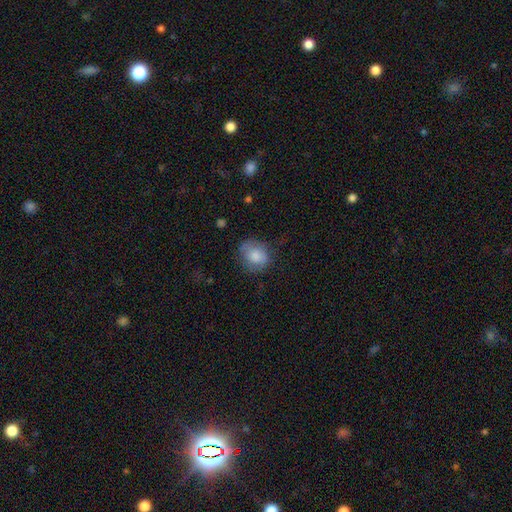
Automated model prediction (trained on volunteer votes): smooth-or-featured: smooth: 79% | featured or disk: 14% | star or artifact: 7%
  how-rounded: round: 55% | in between: 44% | cigar-shaped: 1%
  merging: none: 65% | minor disturbance: 25% | major disturbance: 9% | merger: 2%